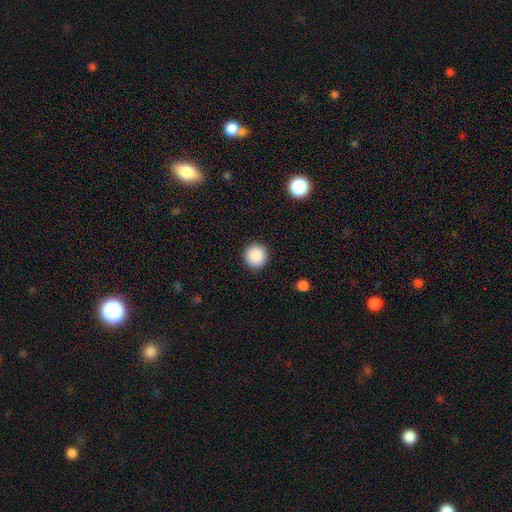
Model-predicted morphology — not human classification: This appears to be a smooth galaxy with no disk features (89%) that is round (94%). Merging: none (92%).